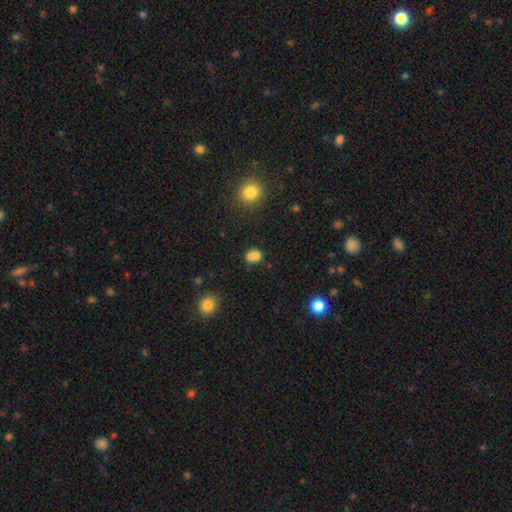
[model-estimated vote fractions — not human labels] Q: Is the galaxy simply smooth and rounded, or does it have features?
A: smooth — 73%.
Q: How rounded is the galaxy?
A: round — 69%.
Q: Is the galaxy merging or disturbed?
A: merger — 47%.